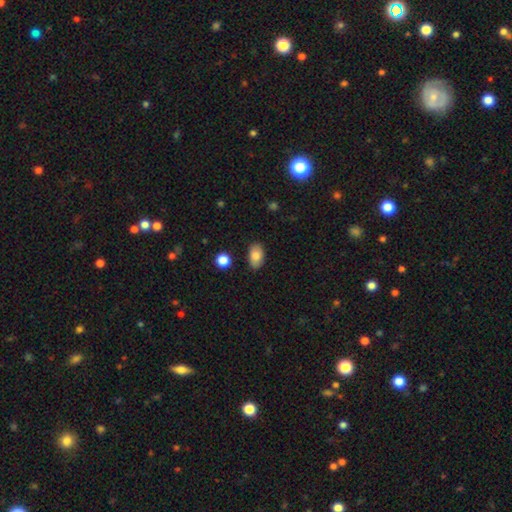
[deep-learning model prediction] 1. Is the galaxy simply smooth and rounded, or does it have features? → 84% smooth, 8% featured or disk, 8% star or artifact.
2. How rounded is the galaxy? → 91% in between, 8% round, 2% cigar-shaped.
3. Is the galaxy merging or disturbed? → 83% none, 12% minor disturbance, 3% major disturbance, 2% merger.